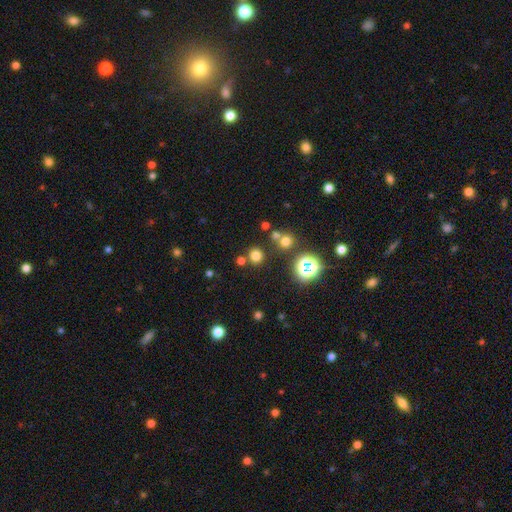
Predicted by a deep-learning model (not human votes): Overall: smooth (70%). How rounded: round (90%). Merging: none (79%).